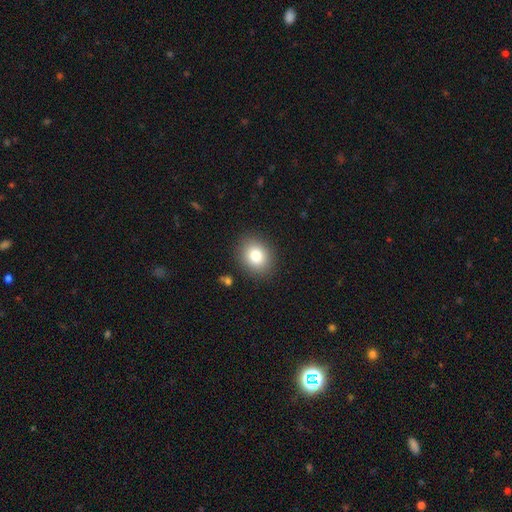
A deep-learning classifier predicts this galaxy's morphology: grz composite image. It shows a smooth galaxy with no disk features (81%) that is round (59%). Merging: none (88%).